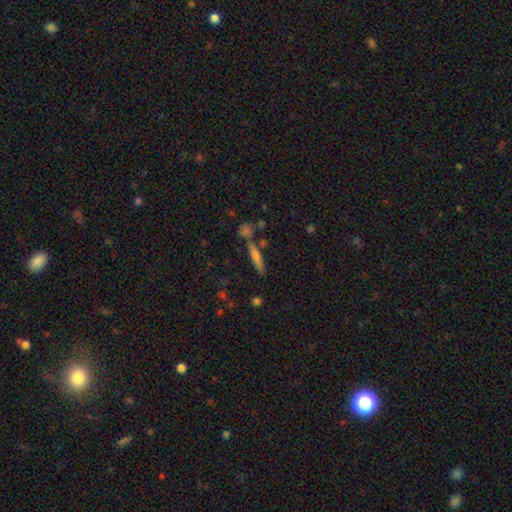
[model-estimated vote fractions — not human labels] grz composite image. It shows a smooth galaxy with no disk features (58%) that is cigar-shaped (87%). Merging: none (72%).